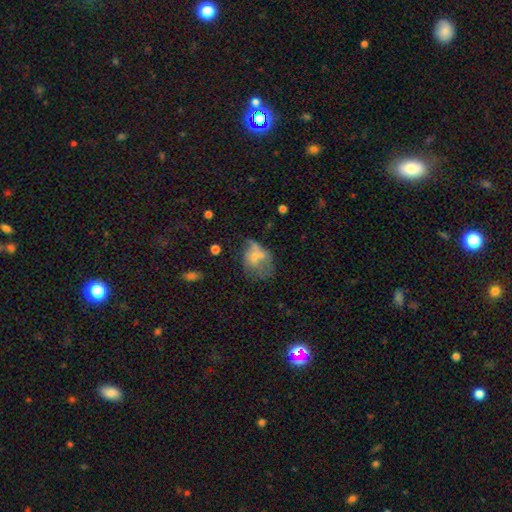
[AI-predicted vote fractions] The model was most divided on "smooth or featured": smooth: 47%, featured or disk: 41%, star or artifact: 12%. Remaining: merging — major disturbance (39%).